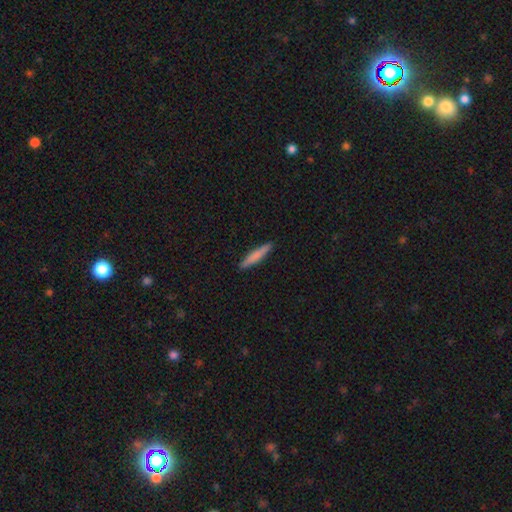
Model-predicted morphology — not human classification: A smooth galaxy with no disk features (74%) that is cigar-shaped (93%). Merging: none (91%).